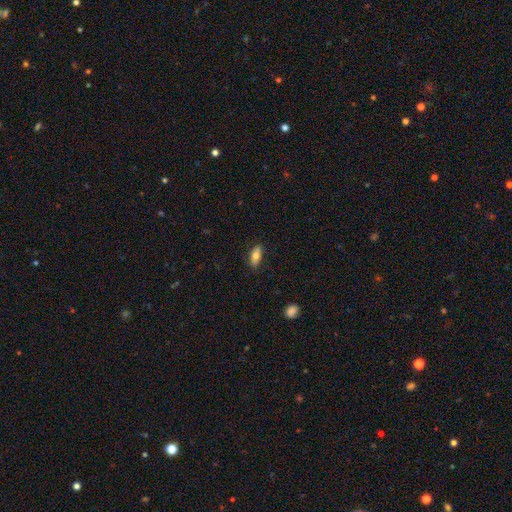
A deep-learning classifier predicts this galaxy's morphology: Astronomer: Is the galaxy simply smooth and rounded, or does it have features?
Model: smooth — 74%.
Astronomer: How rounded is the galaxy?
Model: in between — 82%.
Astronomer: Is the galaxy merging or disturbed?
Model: none — 82%.